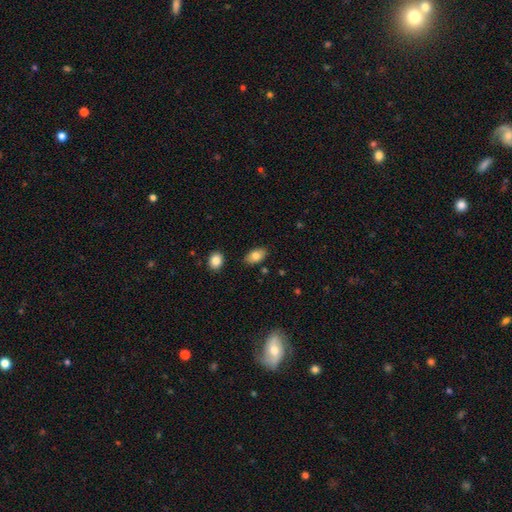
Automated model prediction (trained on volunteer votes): Smooth or featured? Predicted: smooth (p=0.81). How rounded? Predicted: in between (p=0.91). Merging? Predicted: none (p=0.84).